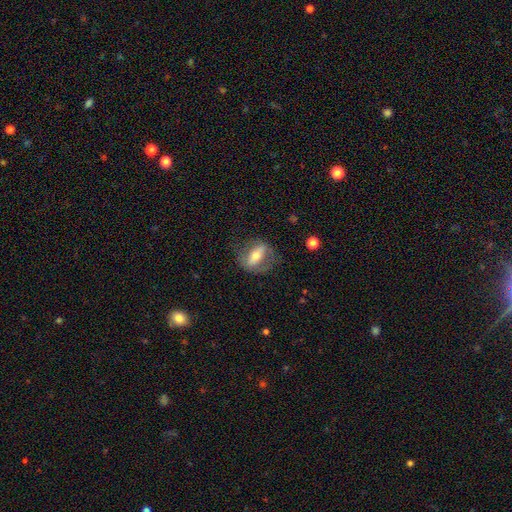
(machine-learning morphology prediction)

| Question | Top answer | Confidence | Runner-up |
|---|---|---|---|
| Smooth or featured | featured or disk | 59% | smooth (34%) |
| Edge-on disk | no | 79% | yes (21%) |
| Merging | none | 65% | minor disturbance (19%) |